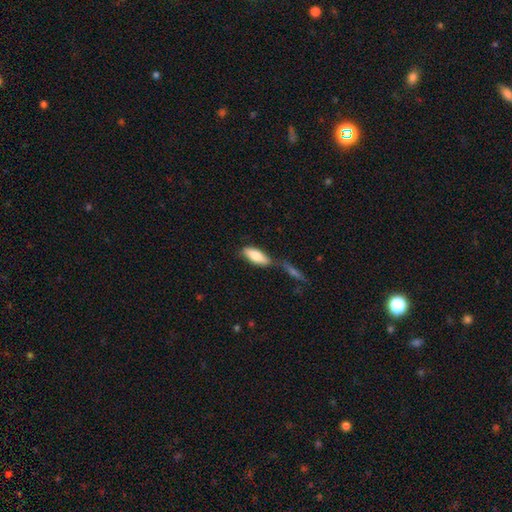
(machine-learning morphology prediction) smooth 80%, featured or disk 14%, star or artifact 6%. Down the decision tree: how rounded — in between (75%); merging — none (52%).